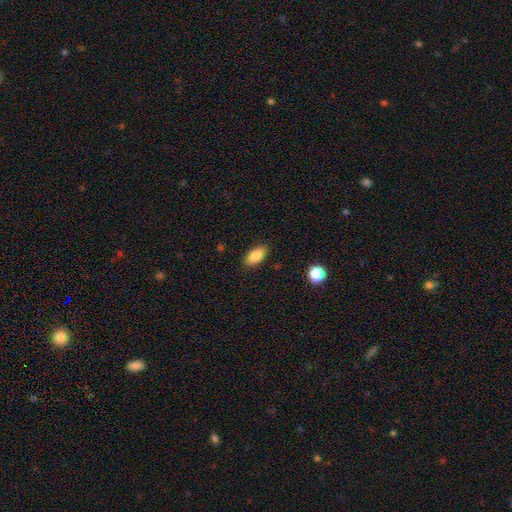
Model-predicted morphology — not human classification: Q: Smooth or featured?
A: smooth (87%); runner-up: star or artifact (8%)
Q: How rounded?
A: in between (91%); runner-up: cigar-shaped (5%)
Q: Merging?
A: none (86%); runner-up: minor disturbance (10%)